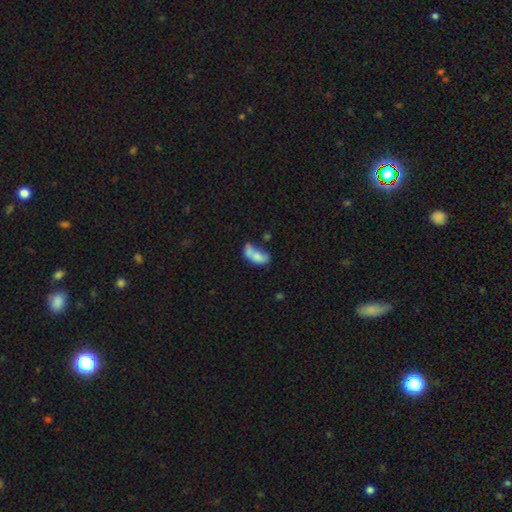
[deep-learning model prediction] A smooth galaxy with no disk features (65%) that is in between round and cigar-shaped (86%).

Vote fractions:
- Smooth or featured? smooth: 65% / featured or disk: 25% / star or artifact: 10%
- How rounded? in between: 86% / cigar-shaped: 7% / round: 7%
- Merging? merger: 44% / none: 22% / minor disturbance: 18% / major disturbance: 16%